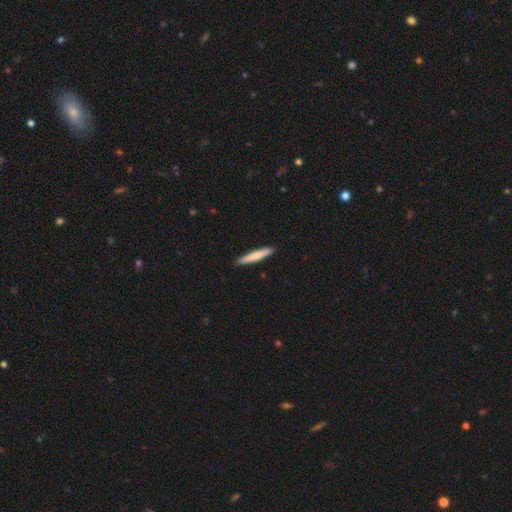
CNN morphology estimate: Smooth or featured? Predicted: smooth (p=0.64). How rounded? Predicted: cigar-shaped (p=0.94). Merging? Predicted: none (p=0.91).